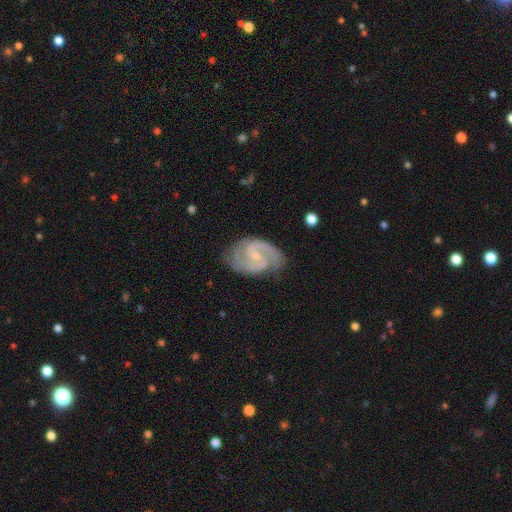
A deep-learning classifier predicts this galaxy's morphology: Smooth or featured?
  - featured or disk: 90% *
  - smooth: 6%
  - star or artifact: 4%
Edge-on disk?
  - no: 98% *
  - yes: 2%
Bar?
  - no: 45% *
  - weak: 44%
  - strong: 10%
Spiral arms?
  - yes: 98% *
  - no: 2%
Spiral winding?
  - medium: 55% *
  - tight: 33%
  - loose: 12%
Spiral arm count?
  - 2: 88% *
  - 3: 4%
  - can't tell: 4%
  - 1: 2%
  - 4: 1%
  - more than 4: 1%
Bulge size?
  - small: 68% *
  - moderate: 27%
  - none: 3%
  - large: 1%
  - dominant: 1%
Merging?
  - none: 74% *
  - minor disturbance: 19%
  - major disturbance: 6%
  - merger: 1%